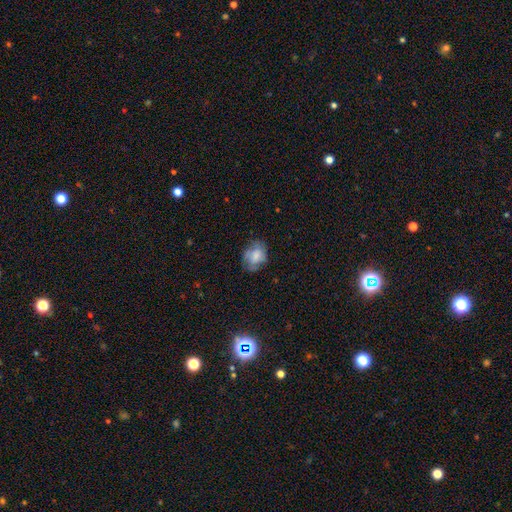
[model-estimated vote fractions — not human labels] Smooth or featured? smooth (64%)
How rounded? in between (57%)
Merging? none (59%)